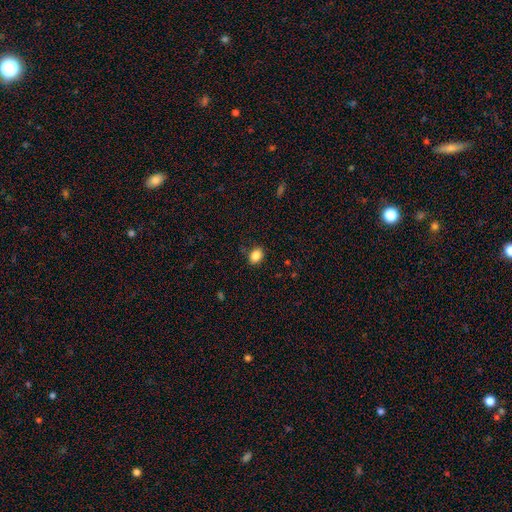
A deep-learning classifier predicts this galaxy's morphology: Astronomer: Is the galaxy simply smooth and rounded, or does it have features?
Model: smooth — 86%.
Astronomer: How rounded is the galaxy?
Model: in between — 66%.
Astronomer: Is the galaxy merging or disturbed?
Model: none — 85%.